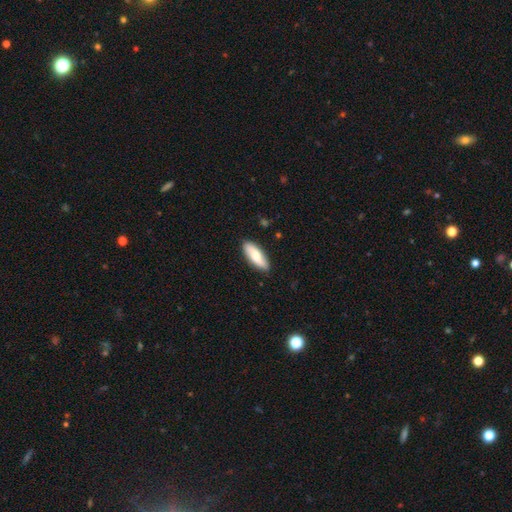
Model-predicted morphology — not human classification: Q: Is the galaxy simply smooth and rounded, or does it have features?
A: smooth — 72%.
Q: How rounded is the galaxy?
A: in between — 66%.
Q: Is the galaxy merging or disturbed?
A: none — 87%.